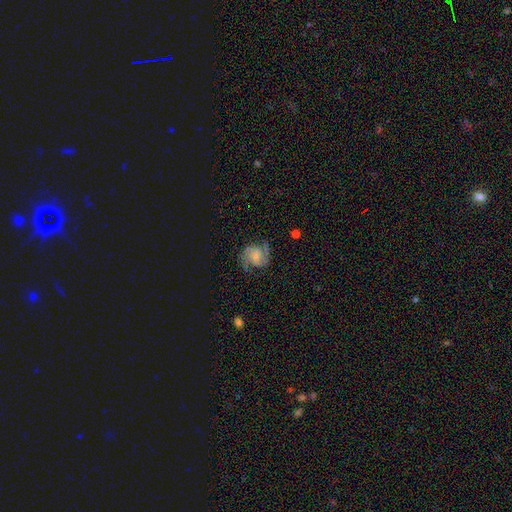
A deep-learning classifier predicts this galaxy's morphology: This is clearly a featured or disk galaxy (81%). It is clearly not viewed edge-on (98%). Bar: likely no (61%). Spiral arm pattern: clearly yes (96%). Spiral arm count: clearly 2 (86%). Spiral winding: possibly medium (52%). Central bulge: possibly small (59%). Merging: likely none (71%).